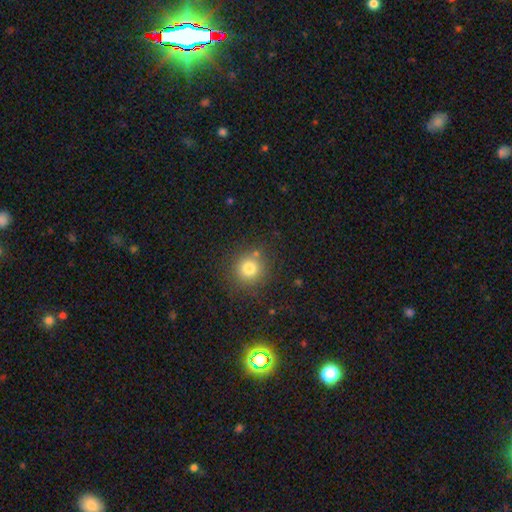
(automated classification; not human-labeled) Smooth or featured: smooth — 74% (star or artifact — 19%)
How rounded: round — 93% (in between — 6%)
Merging: none — 83% (minor disturbance — 8%)